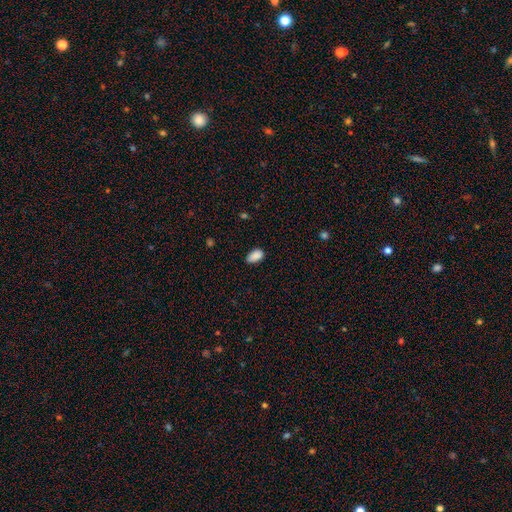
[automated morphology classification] This appears to be a smooth galaxy with no disk features (89%) that is in between round and cigar-shaped (93%). Merging: none (76%).